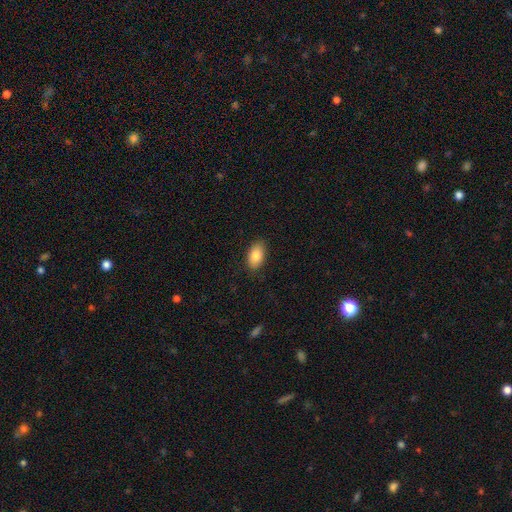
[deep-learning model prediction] A smooth galaxy with no disk features (85%) that is in between round and cigar-shaped (93%). Merging: none (87%).